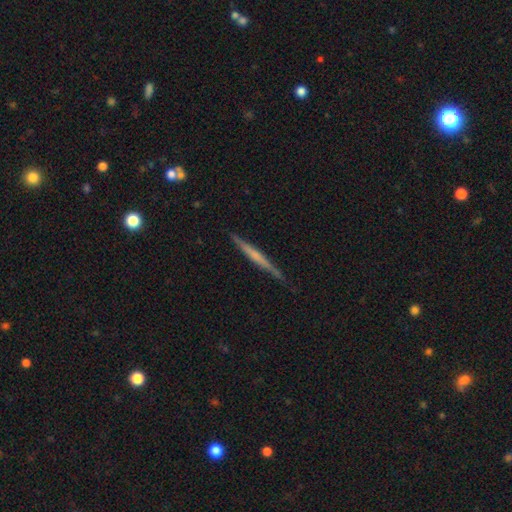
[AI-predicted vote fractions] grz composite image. It shows a featured or disk galaxy (60%) viewed edge-on (98%) with no central bulge (62%). Merging: none (87%).